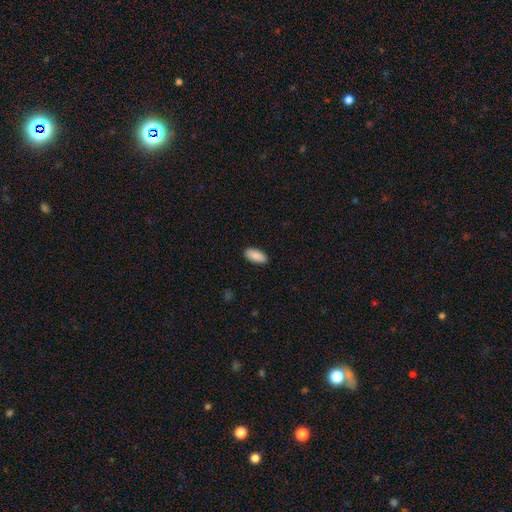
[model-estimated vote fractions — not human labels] This is clearly a smooth galaxy (90%). How rounded: clearly in between (86%). Merging: clearly none (90%).